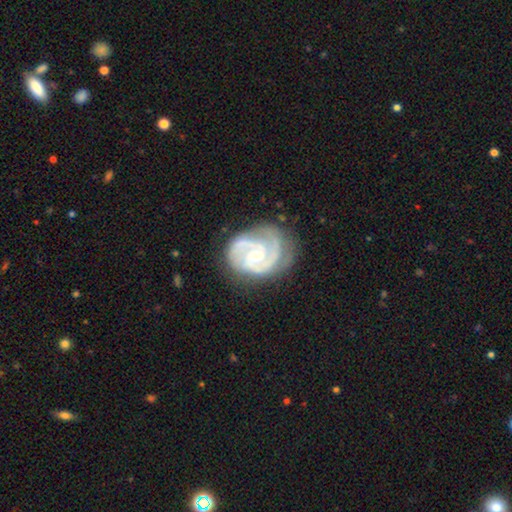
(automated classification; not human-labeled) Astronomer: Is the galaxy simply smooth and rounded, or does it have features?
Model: featured or disk — 92%.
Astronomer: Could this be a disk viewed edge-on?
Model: no — 98%.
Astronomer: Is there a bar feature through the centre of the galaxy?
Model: no — 53% (runner-up: weak, 38%).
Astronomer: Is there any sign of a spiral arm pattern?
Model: yes — 98%.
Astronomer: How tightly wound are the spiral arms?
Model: tight — 55% (runner-up: medium, 39%).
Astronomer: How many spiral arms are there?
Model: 2 — 59%.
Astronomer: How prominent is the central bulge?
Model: moderate — 52% (runner-up: small, 44%).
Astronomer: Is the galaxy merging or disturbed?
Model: none — 68%.